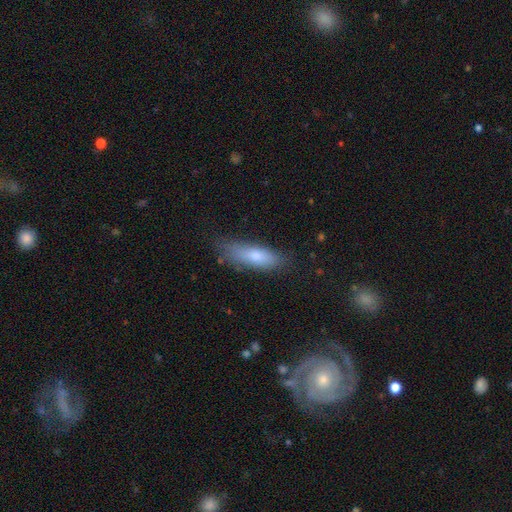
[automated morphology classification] smooth-or-featured: smooth: 74% | featured or disk: 19% | star or artifact: 7%
  how-rounded: in between: 49% | cigar-shaped: 48% | round: 2%
  merging: none: 69% | minor disturbance: 22% | major disturbance: 6% | merger: 2%